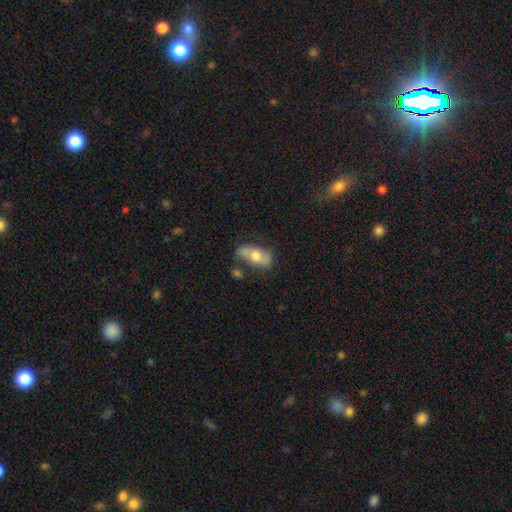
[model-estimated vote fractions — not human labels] Morphology: type=smooth (51%); roundness=in between (84%); merging=none (59%).